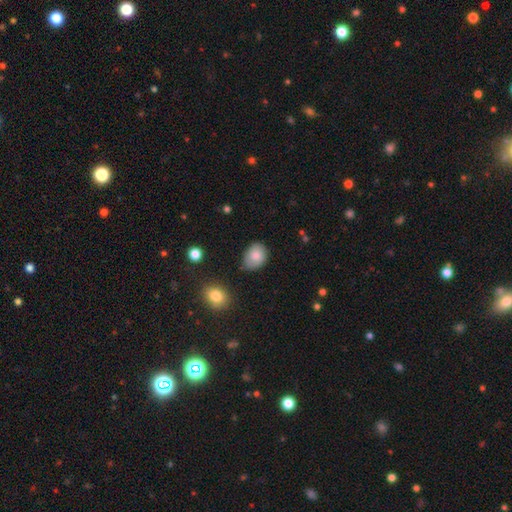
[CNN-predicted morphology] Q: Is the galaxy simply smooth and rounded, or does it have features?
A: smooth — 82%.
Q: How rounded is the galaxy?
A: in between — 67%.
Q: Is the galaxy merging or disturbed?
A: none — 68%.